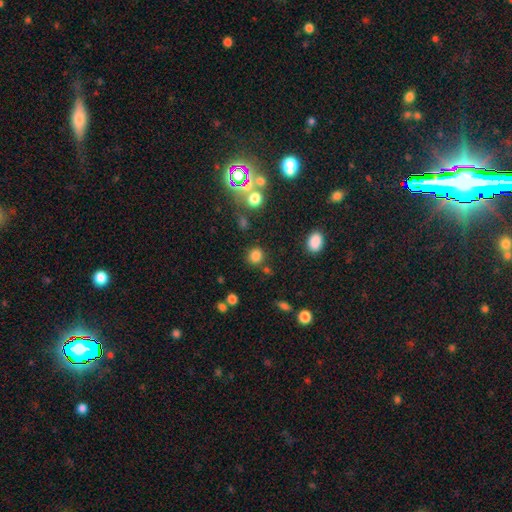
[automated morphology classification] A smooth galaxy with no disk features (79%) that is round (82%). Merging: none (80%).